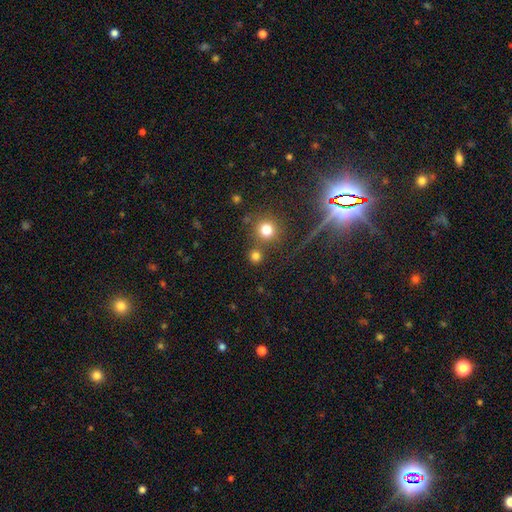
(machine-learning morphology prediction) The model was most divided on "smooth or featured": smooth: 75%, star or artifact: 18%, featured or disk: 7%. More confident: how rounded — round (92%); merging — none (74%).